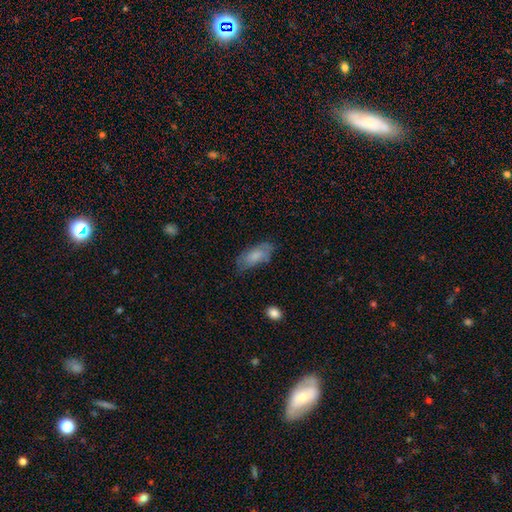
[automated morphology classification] This appears to be a smooth galaxy with no disk features (74%) that is in between round and cigar-shaped (87%). Merging: none (64%).